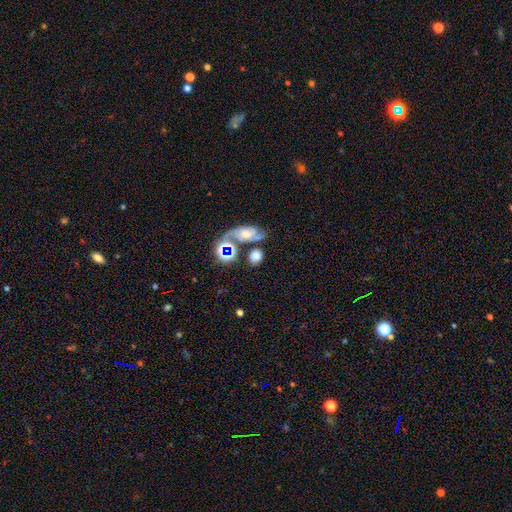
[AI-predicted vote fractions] The model was most divided on "how rounded": round: 51%, in between: 46%, cigar-shaped: 3%. More confident: smooth or featured — smooth (56%); merging — none (52%).